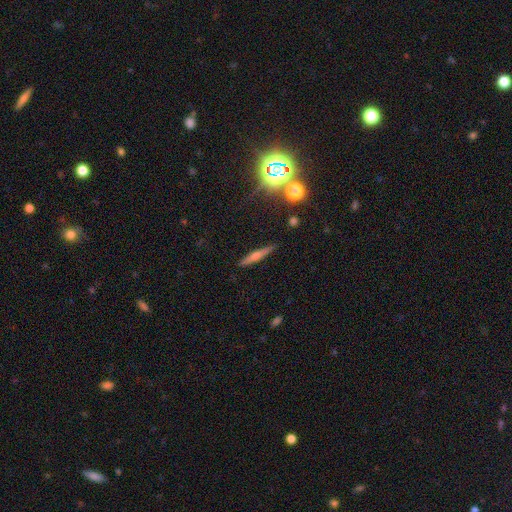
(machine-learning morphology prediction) Q: Smooth or featured?
A: featured or disk (51%); runner-up: smooth (35%)
Q: Edge-on disk?
A: yes (95%); runner-up: no (5%)
Q: Merging?
A: none (88%); runner-up: minor disturbance (8%)